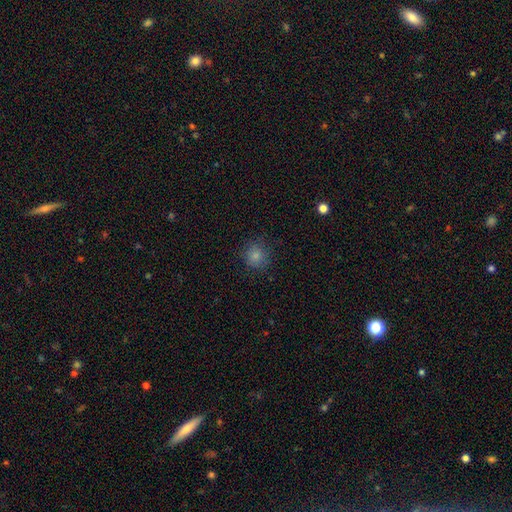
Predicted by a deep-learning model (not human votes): smooth_or_featured: smooth (p=0.83) [alt: star or artifact p=0.11]
how_rounded: round (p=0.91) [alt: in between p=0.08]
merging: none (p=0.83) [alt: minor disturbance p=0.12]